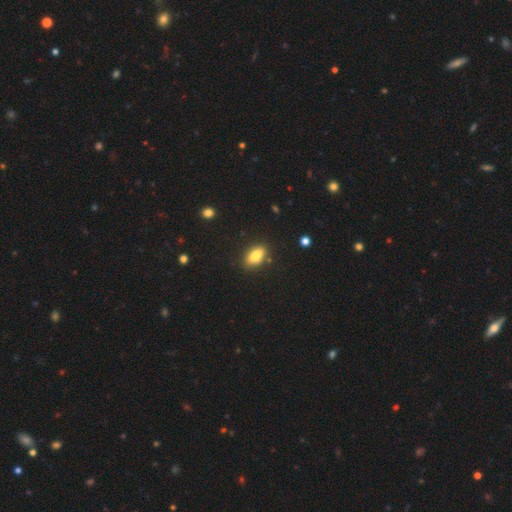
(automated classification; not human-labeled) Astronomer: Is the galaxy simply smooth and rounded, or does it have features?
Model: smooth — 82%.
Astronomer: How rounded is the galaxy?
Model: in between — 87%.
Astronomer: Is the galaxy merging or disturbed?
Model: none — 84%.